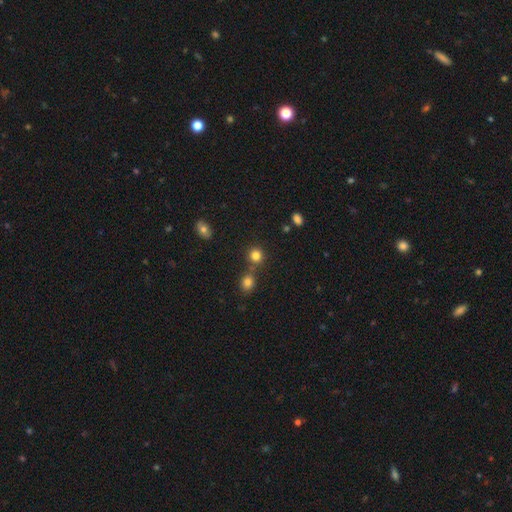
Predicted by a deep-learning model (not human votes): The model was most divided on "merging": none: 70%, merger: 19%, minor disturbance: 8%, major disturbance: 3%. More confident: how rounded — round (89%); smooth or featured — smooth (81%).